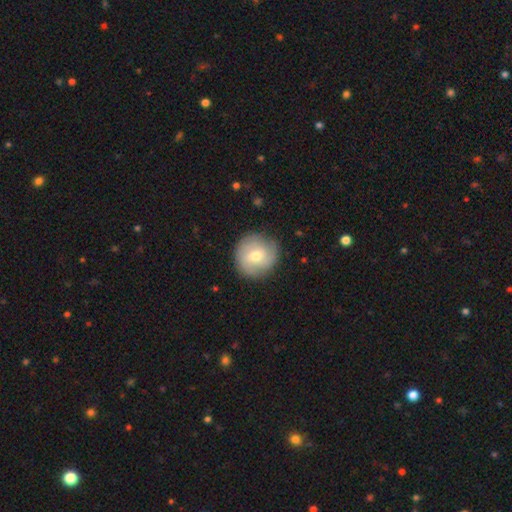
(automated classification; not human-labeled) smooth_or_featured: smooth (p=0.55) [alt: featured or disk p=0.37]
how_rounded: round (p=0.93) [alt: in between p=0.06]
merging: none (p=0.83) [alt: minor disturbance p=0.12]